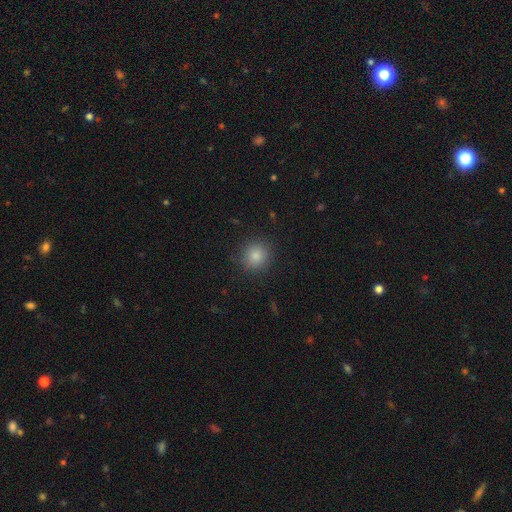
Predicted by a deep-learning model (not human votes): Overall: smooth (84%). How rounded: round (90%). Merging: none (87%).